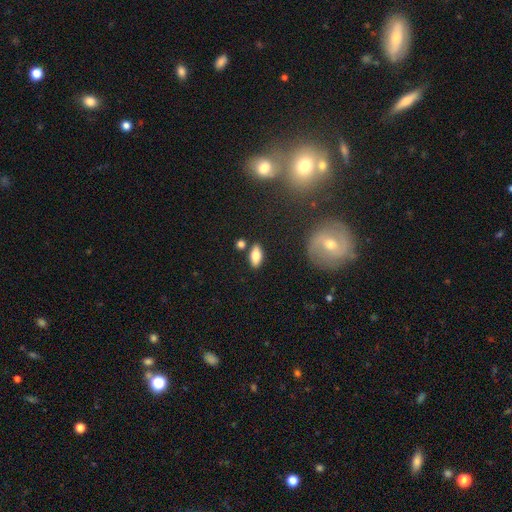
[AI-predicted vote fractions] This appears to be a smooth galaxy with no disk features (77%) that is in between round and cigar-shaped (85%). Merging: none (80%).